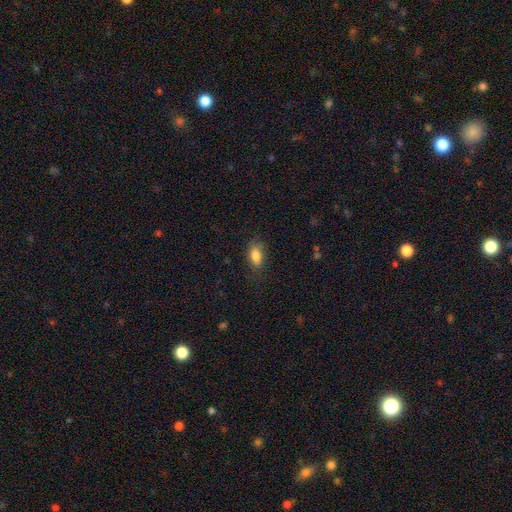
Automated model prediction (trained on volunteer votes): smooth 84%, star or artifact 8%, featured or disk 8%. Down the decision tree: how rounded — in between (87%); merging — none (78%).